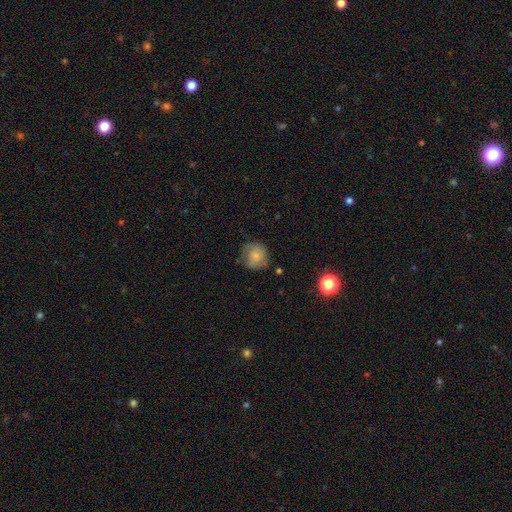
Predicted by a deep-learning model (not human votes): smooth-or-featured: smooth: 75% | featured or disk: 17% | star or artifact: 9%
  how-rounded: round: 87% | in between: 13% | cigar-shaped: 1%
  merging: none: 61% | minor disturbance: 27% | major disturbance: 10% | merger: 2%